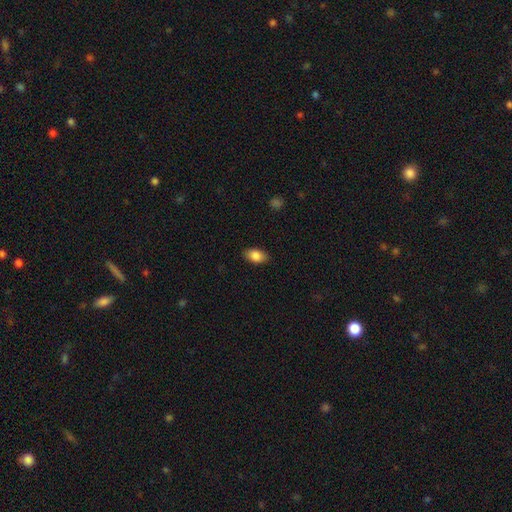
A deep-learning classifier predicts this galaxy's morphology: smooth_or_featured: smooth (p=0.85) [alt: star or artifact p=0.07]
how_rounded: in between (p=0.90) [alt: round p=0.07]
merging: none (p=0.87) [alt: minor disturbance p=0.10]